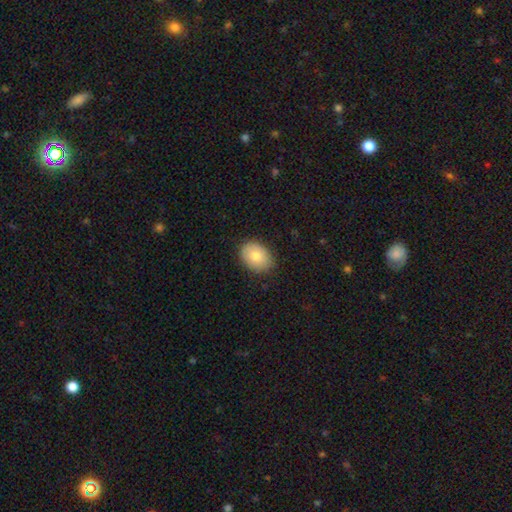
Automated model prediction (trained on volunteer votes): Q: Smooth or featured?
A: smooth (79%); runner-up: featured or disk (14%)
Q: How rounded?
A: in between (71%); runner-up: round (28%)
Q: Merging?
A: none (84%); runner-up: minor disturbance (13%)